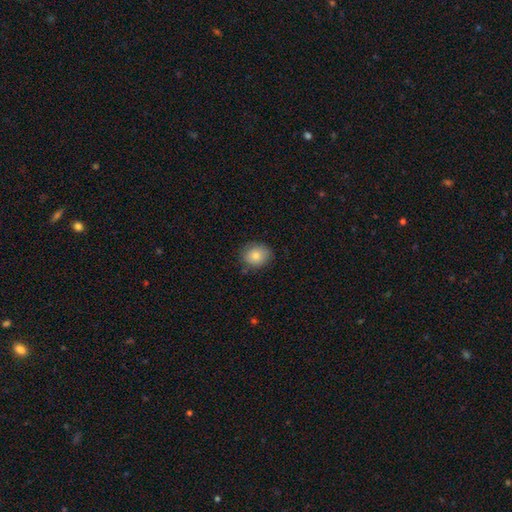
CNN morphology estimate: Smooth or featured?
  - smooth: 82% *
  - featured or disk: 9%
  - star or artifact: 9%
How rounded?
  - round: 65% *
  - in between: 34%
  - cigar-shaped: 1%
Merging?
  - none: 82% *
  - minor disturbance: 14%
  - major disturbance: 3%
  - merger: 2%